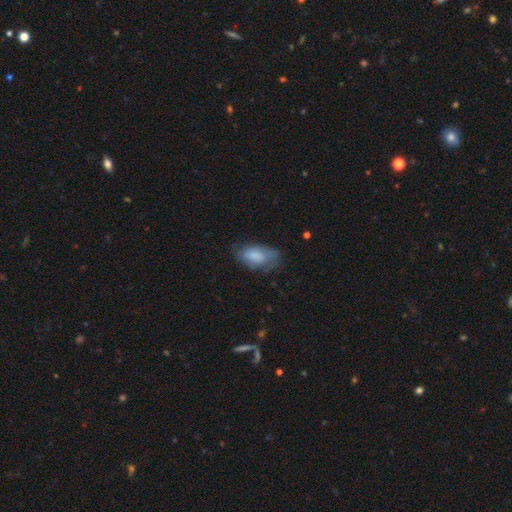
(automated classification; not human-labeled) Smooth or featured: smooth — 75% (featured or disk — 18%)
How rounded: in between — 92% (cigar-shaped — 5%)
Merging: none — 55% (minor disturbance — 30%)